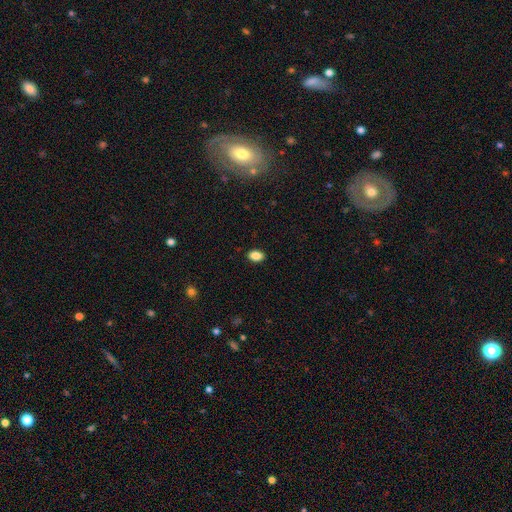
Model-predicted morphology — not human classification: Smooth or featured: smooth — 87% (star or artifact — 9%)
How rounded: in between — 84% (round — 15%)
Merging: none — 89% (minor disturbance — 8%)